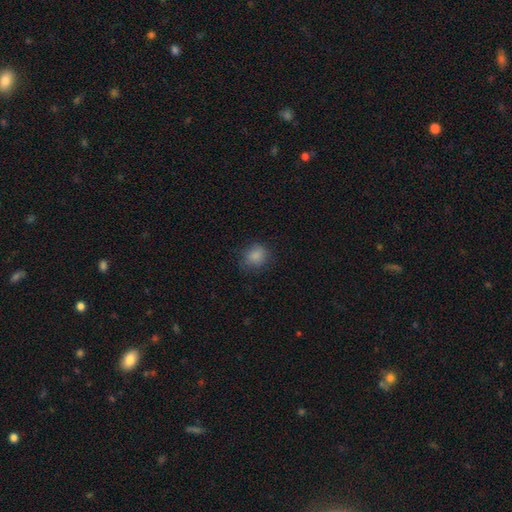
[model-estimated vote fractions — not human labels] A smooth galaxy with no disk features (85%) that is round (77%).

Vote fractions:
- Smooth or featured? smooth: 85% / star or artifact: 10% / featured or disk: 5%
- How rounded? round: 77% / in between: 22% / cigar-shaped: 1%
- Merging? none: 77% / minor disturbance: 17% / major disturbance: 5% / merger: 1%